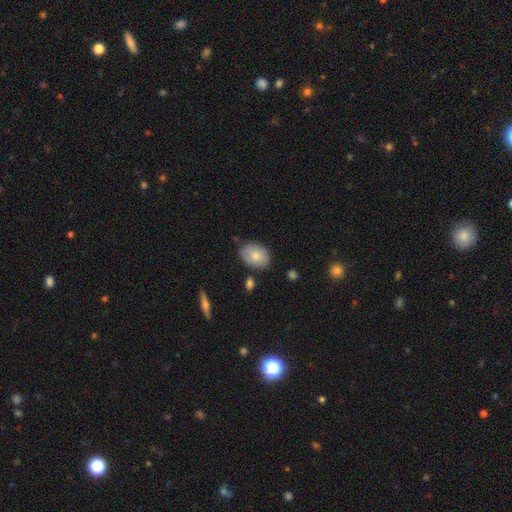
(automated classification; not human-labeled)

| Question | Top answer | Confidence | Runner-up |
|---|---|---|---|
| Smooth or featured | smooth | 75% | featured or disk (18%) |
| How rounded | in between | 75% | round (24%) |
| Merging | none | 76% | minor disturbance (17%) |